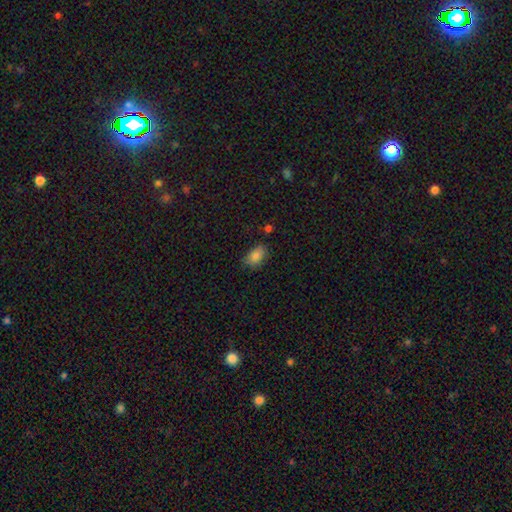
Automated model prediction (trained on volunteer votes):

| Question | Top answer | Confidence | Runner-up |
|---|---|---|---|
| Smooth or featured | smooth | 83% | star or artifact (9%) |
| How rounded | in between | 88% | round (10%) |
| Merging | none | 73% | minor disturbance (20%) |